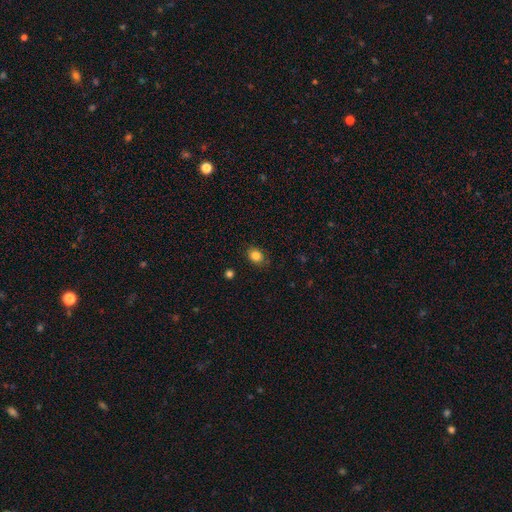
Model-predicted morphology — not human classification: Overall: smooth (83%). How rounded: in between (52%; round 47%). Merging: none (84%).